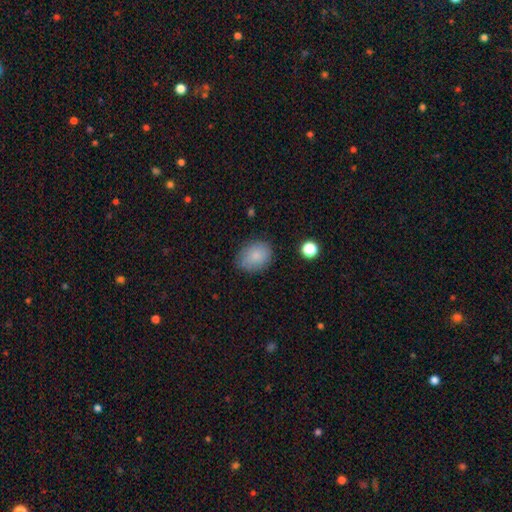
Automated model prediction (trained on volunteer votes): Smooth or featured? Predicted: smooth (p=0.84). How rounded? Predicted: in between (p=0.56). Merging? Predicted: none (p=0.79).